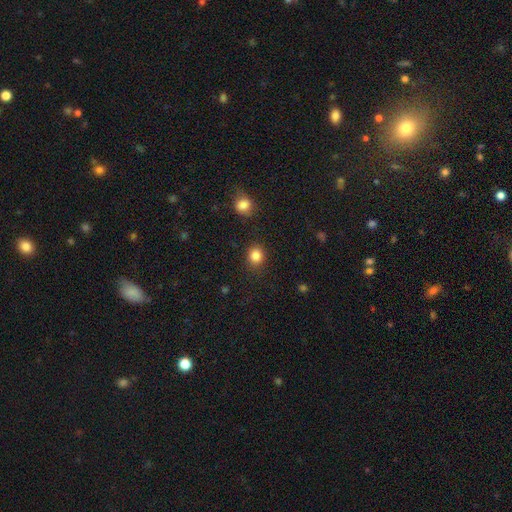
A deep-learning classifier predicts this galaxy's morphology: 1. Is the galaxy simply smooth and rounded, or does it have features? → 86% smooth, 11% star or artifact, 4% featured or disk.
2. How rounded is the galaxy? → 78% round, 21% in between, 1% cigar-shaped.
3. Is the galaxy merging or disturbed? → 86% none, 9% minor disturbance, 3% major disturbance, 2% merger.